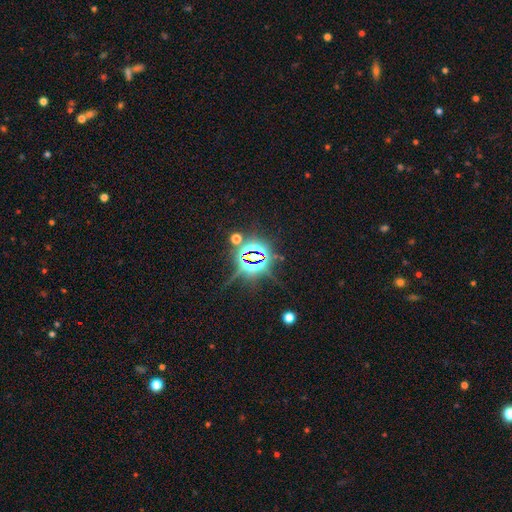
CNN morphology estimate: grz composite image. It shows a star or artifact, not a galaxy (81%).